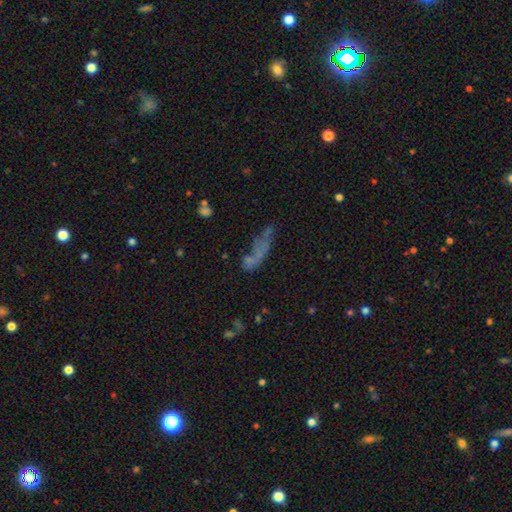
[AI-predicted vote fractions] This is possibly a smooth galaxy (49%). Merging: marginally none (38%).